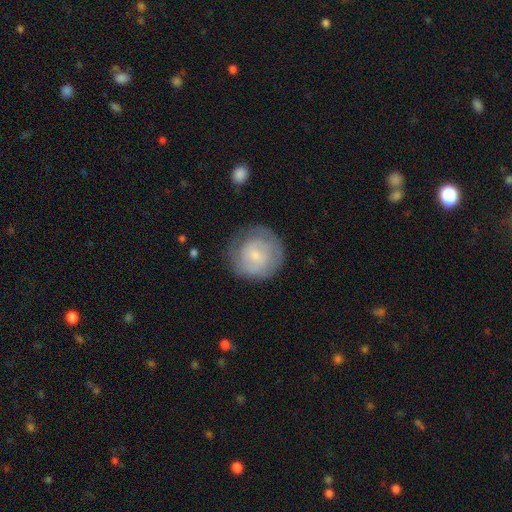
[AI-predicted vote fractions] This is possibly a smooth galaxy (51%). How rounded: clearly round (91%). Merging: likely none (71%).